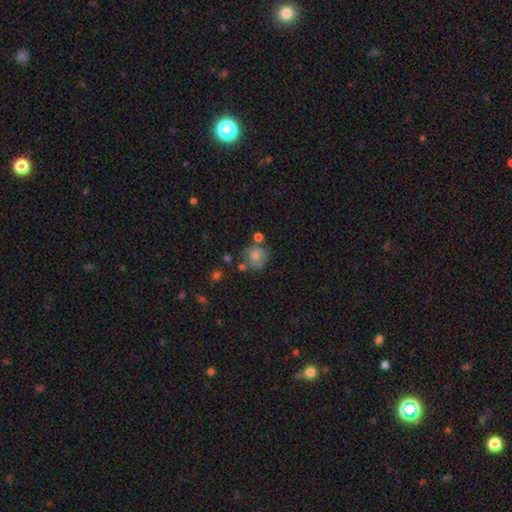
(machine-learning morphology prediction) This appears to be a smooth galaxy with no disk features (69%) that is round (85%). Merging: none (55%).